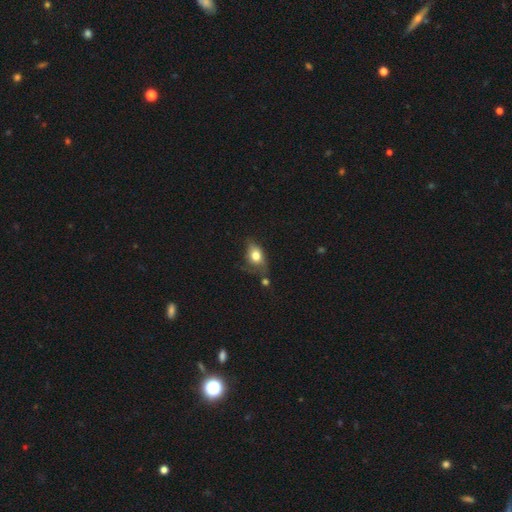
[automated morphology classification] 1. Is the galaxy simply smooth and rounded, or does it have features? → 76% smooth, 15% featured or disk, 9% star or artifact.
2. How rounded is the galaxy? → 73% in between, 25% round, 3% cigar-shaped.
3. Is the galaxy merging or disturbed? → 39% none, 31% minor disturbance, 19% major disturbance, 11% merger.